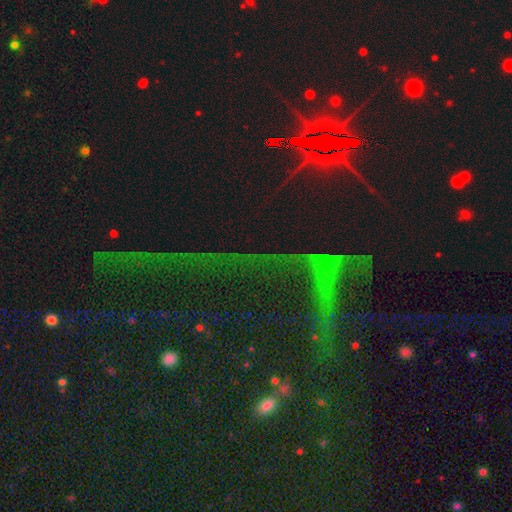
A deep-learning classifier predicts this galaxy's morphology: A star or artifact, not a galaxy (78%).